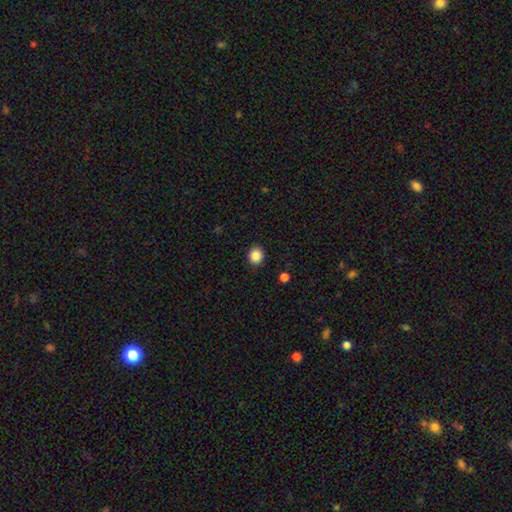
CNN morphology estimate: smooth-or-featured: smooth: 87% | star or artifact: 10% | featured or disk: 3%
  how-rounded: round: 81% | in between: 18% | cigar-shaped: 1%
  merging: none: 91% | minor disturbance: 6% | major disturbance: 2% | merger: 1%